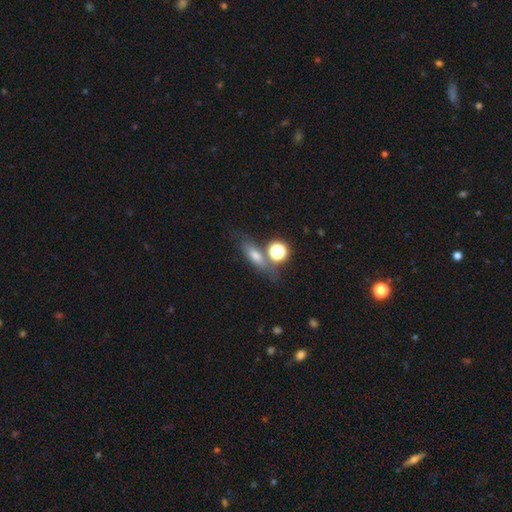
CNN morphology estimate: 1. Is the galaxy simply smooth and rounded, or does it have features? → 54% smooth, 28% featured or disk, 18% star or artifact.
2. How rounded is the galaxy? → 43% in between, 40% cigar-shaped, 17% round.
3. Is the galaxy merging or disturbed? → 61% none, 16% merger, 15% minor disturbance, 8% major disturbance.